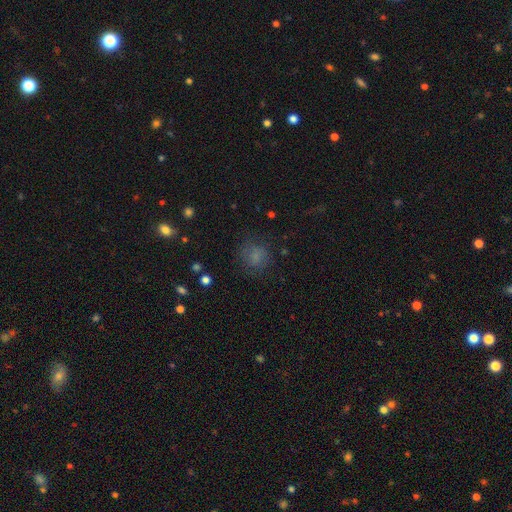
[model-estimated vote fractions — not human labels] The model was most divided on "merging": none: 75%, minor disturbance: 15%, major disturbance: 8%, merger: 2%. More confident: how rounded — round (84%); smooth or featured — smooth (75%).